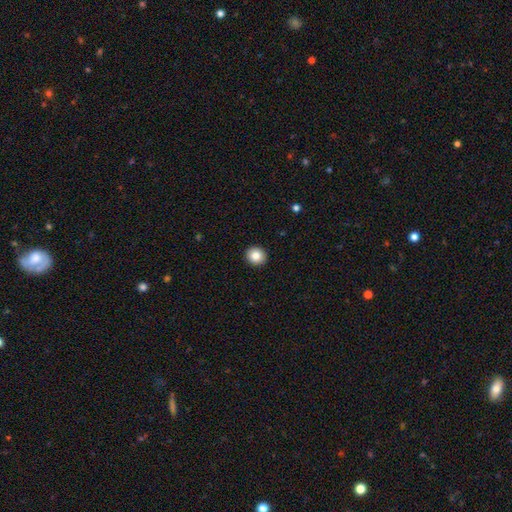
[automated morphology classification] Smooth or featured: smooth — 83% (star or artifact — 9%)
How rounded: round — 86% (in between — 13%)
Merging: none — 93% (minor disturbance — 5%)